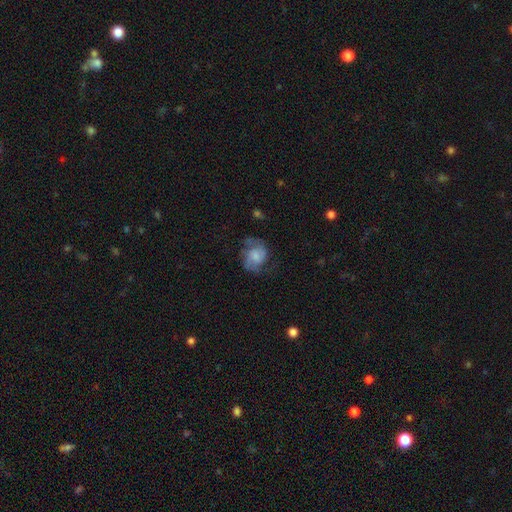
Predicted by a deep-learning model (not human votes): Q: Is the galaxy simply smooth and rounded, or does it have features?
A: featured or disk — 56%.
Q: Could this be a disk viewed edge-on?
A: no — 98%.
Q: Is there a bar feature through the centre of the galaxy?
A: no — 57%.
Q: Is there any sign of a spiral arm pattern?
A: yes — 84%.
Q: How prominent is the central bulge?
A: small — 30%, tied with moderate.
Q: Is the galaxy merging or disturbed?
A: none — 52%.